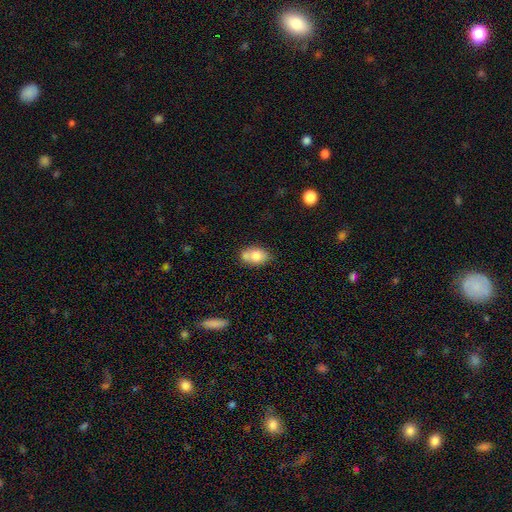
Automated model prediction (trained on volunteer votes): Smooth or featured? Predicted: smooth (p=0.76). How rounded? Predicted: in between (p=0.84). Merging? Predicted: none (p=0.49).